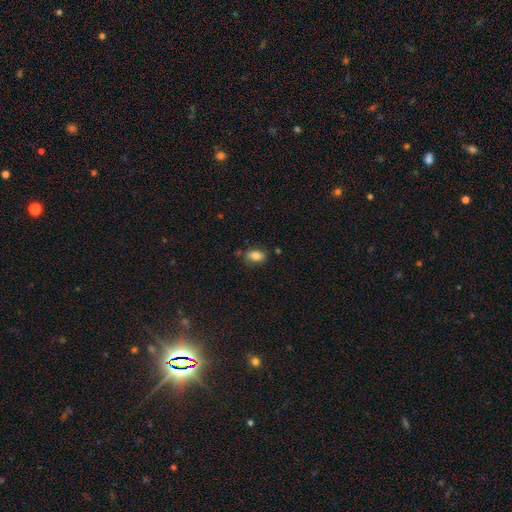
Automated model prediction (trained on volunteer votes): Morphology: type=smooth (82%); roundness=in between (87%); merging=none (76%).